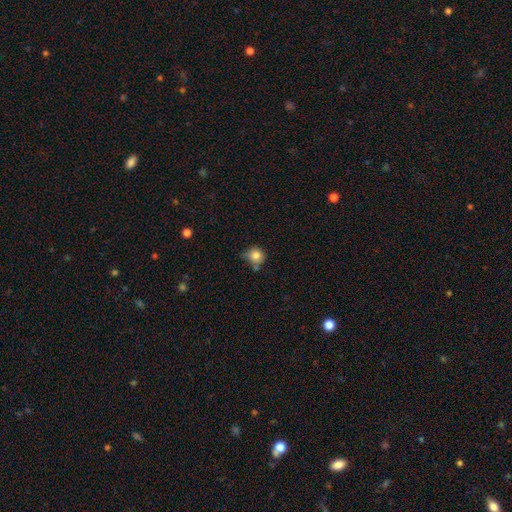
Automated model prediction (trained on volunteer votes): Morphology: type=smooth (80%); roundness=round (85%); merging=none (52%).